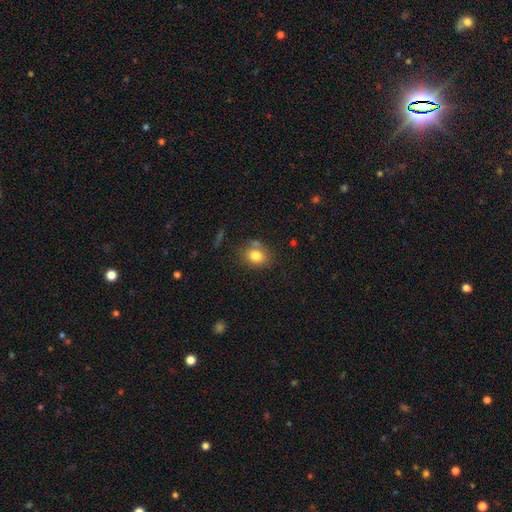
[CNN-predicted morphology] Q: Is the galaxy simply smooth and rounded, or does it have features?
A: smooth — 80%.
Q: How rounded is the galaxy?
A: round — 51%.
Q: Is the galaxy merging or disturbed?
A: none — 67%.